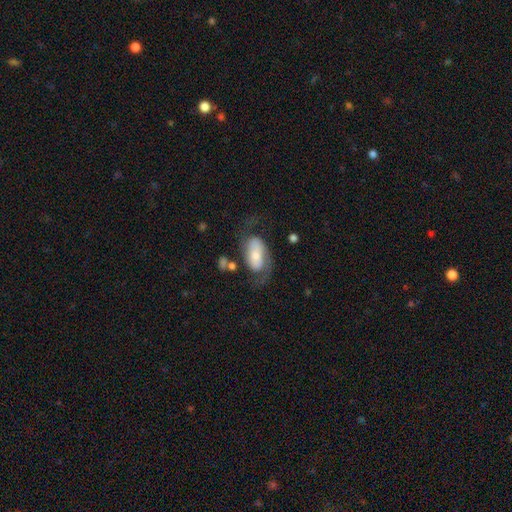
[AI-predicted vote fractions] This is possibly a featured or disk galaxy (54%). It is clearly not viewed edge-on (94%). Bar: possibly no (54%). Spiral arm pattern: clearly yes (80%). Central bulge: marginally small (41%). Merging: possibly none (47%).